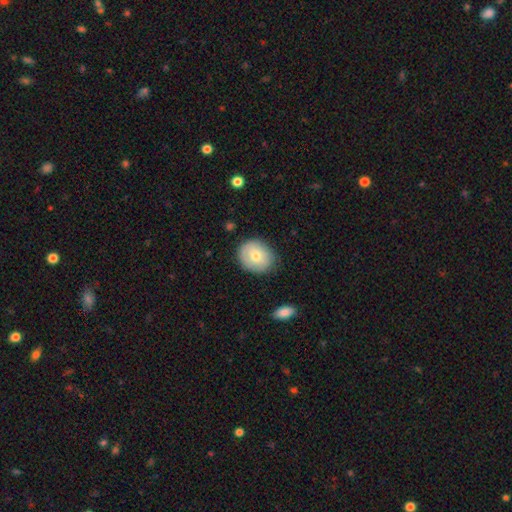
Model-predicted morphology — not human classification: This appears to be a smooth galaxy with no disk features (69%) that is round (62%). Merging: none (78%).